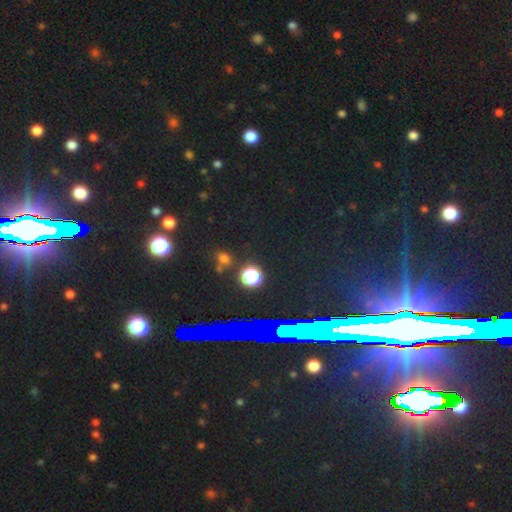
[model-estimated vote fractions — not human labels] A star or artifact, not a galaxy (79%).